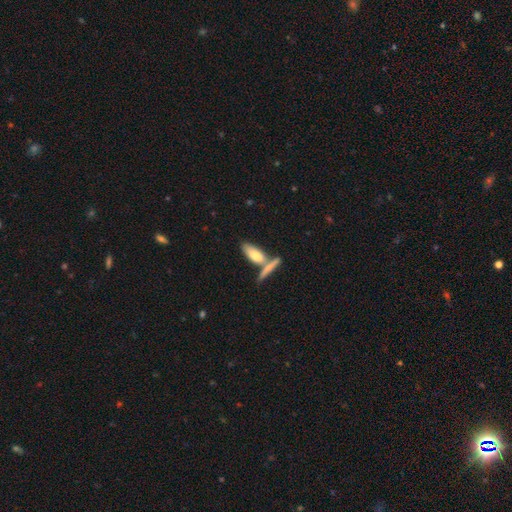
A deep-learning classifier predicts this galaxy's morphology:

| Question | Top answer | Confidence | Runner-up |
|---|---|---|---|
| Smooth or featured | smooth | 72% | featured or disk (22%) |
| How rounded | in between | 65% | cigar-shaped (32%) |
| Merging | none | 48% | merger (36%) |